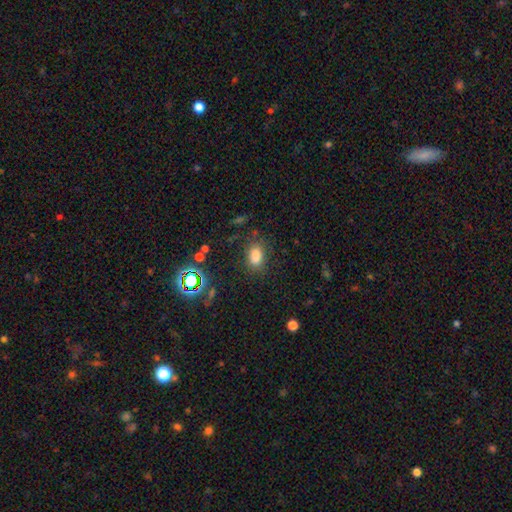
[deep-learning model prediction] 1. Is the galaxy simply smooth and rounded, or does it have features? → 80% smooth, 14% star or artifact, 6% featured or disk.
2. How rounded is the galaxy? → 84% in between, 14% round, 2% cigar-shaped.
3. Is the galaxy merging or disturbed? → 79% none, 13% minor disturbance, 5% major disturbance, 3% merger.